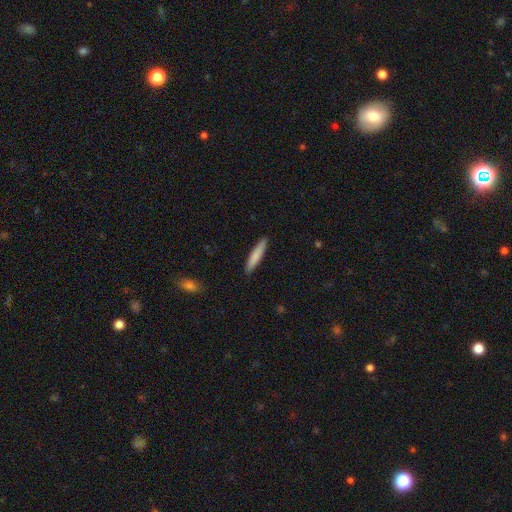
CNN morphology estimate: smooth-or-featured: smooth: 80% | featured or disk: 14% | star or artifact: 5%
  how-rounded: cigar-shaped: 91% | in between: 7% | round: 1%
  merging: none: 90% | minor disturbance: 8% | major disturbance: 1% | merger: 1%